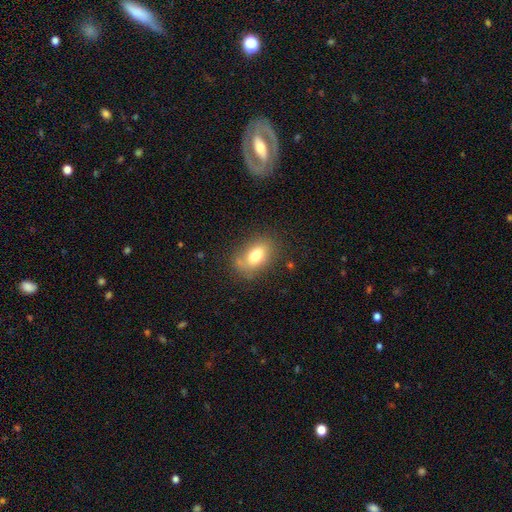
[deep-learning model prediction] A smooth galaxy with no disk features (75%) that is in between round and cigar-shaped (83%). Merging: none (69%).